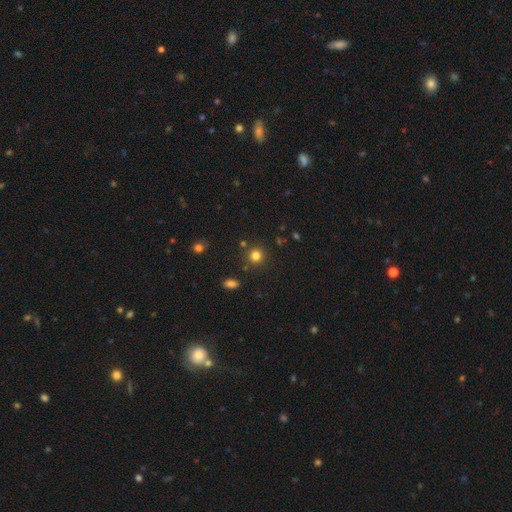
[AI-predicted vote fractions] A smooth galaxy with no disk features (79%) that is round (92%). Merging: none (86%).